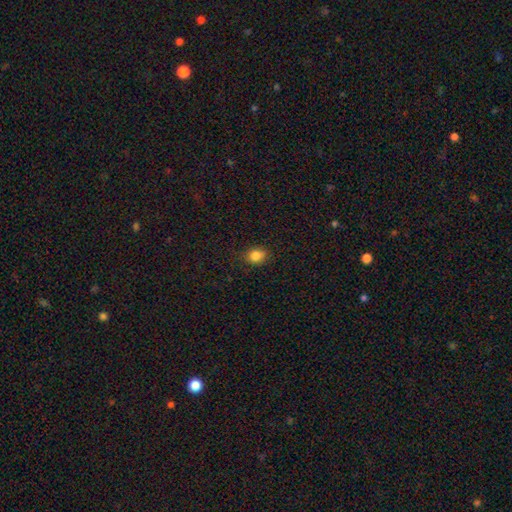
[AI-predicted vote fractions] Smooth or featured? Predicted: smooth (p=0.83). How rounded? Predicted: round (p=0.55). Merging? Predicted: none (p=0.84).